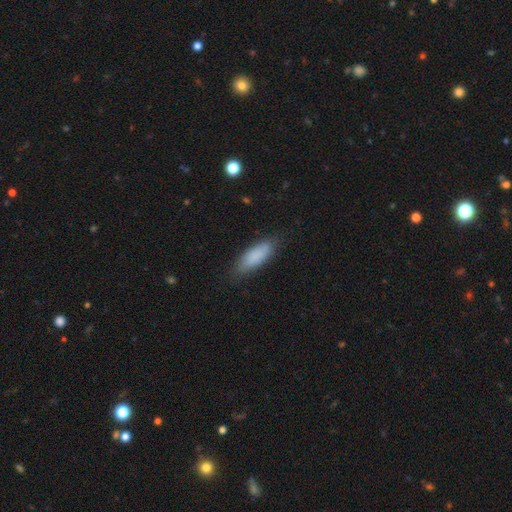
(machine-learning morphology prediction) Smooth or featured: smooth — 85% (featured or disk — 9%)
How rounded: in between — 61% (cigar-shaped — 37%)
Merging: none — 80% (minor disturbance — 15%)